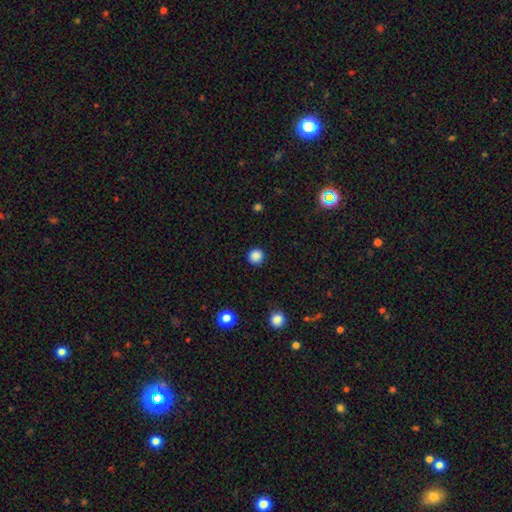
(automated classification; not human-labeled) Smooth or featured? smooth (86%)
How rounded? round (94%)
Merging? none (91%)